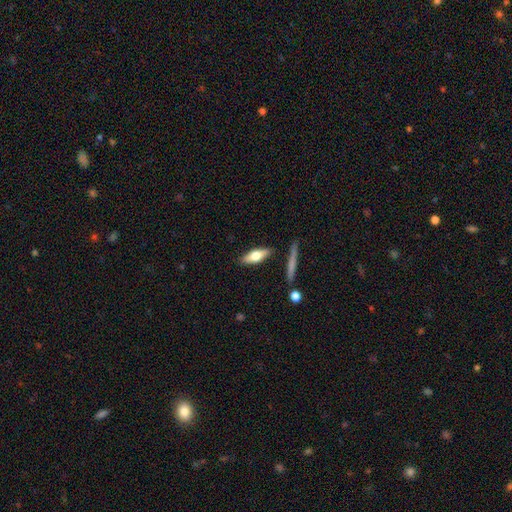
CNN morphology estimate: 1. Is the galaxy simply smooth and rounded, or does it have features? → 57% smooth, 37% featured or disk, 6% star or artifact.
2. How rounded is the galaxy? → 49% in between, 48% cigar-shaped, 3% round.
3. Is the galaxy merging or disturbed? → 84% none, 10% minor disturbance, 4% merger, 2% major disturbance.